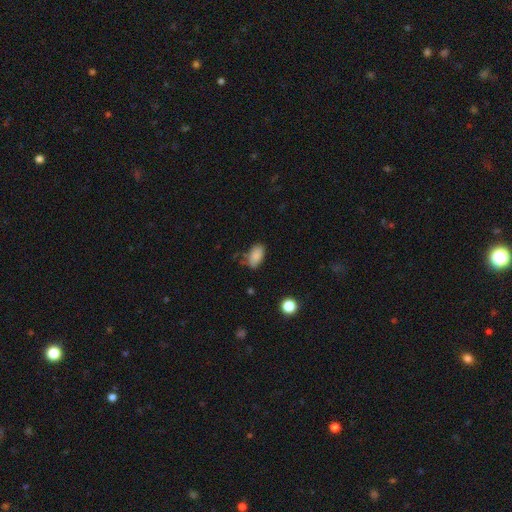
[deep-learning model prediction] A smooth galaxy with no disk features (85%) that is in between round and cigar-shaped (92%). Merging: none (65%).